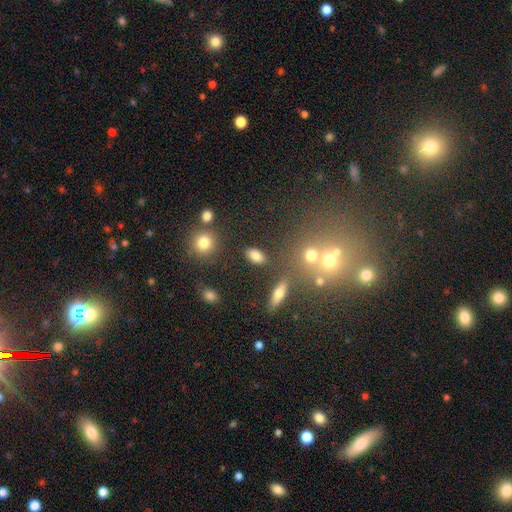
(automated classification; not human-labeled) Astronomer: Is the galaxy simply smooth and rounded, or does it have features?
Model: smooth — 78%.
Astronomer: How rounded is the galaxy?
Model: in between — 86%.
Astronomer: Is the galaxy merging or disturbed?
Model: none — 82%.